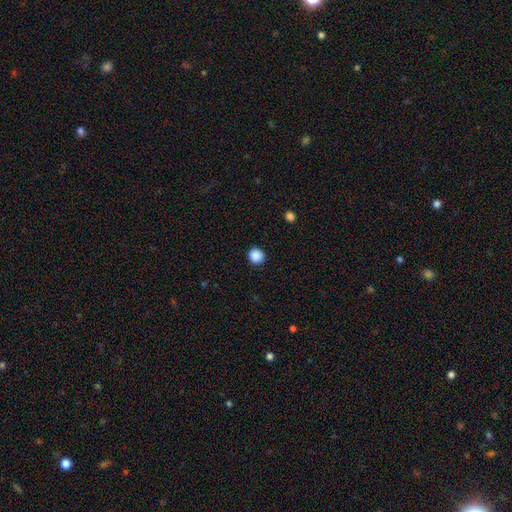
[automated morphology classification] This is clearly a smooth galaxy (88%). How rounded: clearly round (92%). Merging: clearly none (92%).